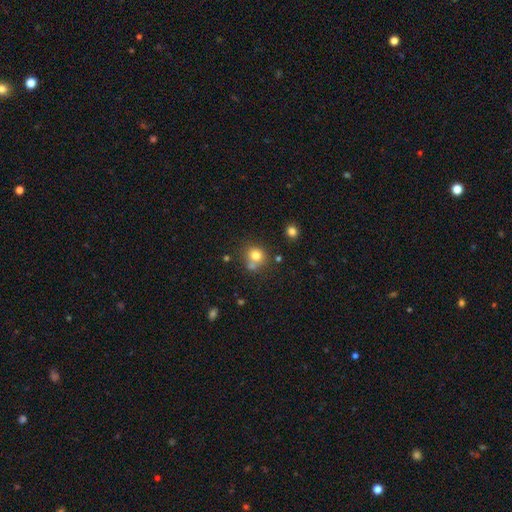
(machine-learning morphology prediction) Q: Smooth or featured?
A: smooth (77%); runner-up: star or artifact (13%)
Q: How rounded?
A: round (78%); runner-up: in between (21%)
Q: Merging?
A: none (55%); runner-up: merger (28%)